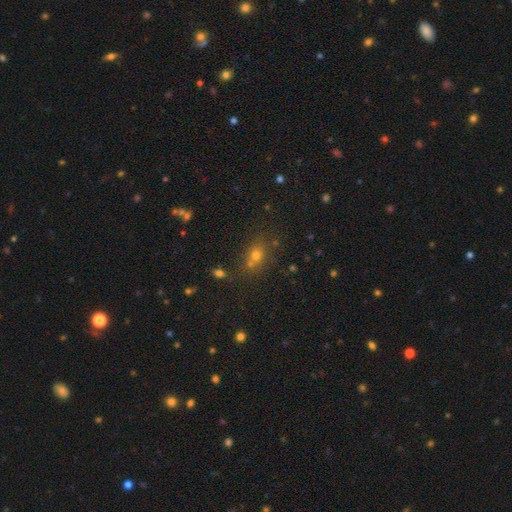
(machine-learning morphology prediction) Q: Smooth or featured?
A: smooth (59%); runner-up: star or artifact (30%)
Q: How rounded?
A: round (65%); runner-up: in between (33%)
Q: Merging?
A: none (62%); runner-up: merger (21%)